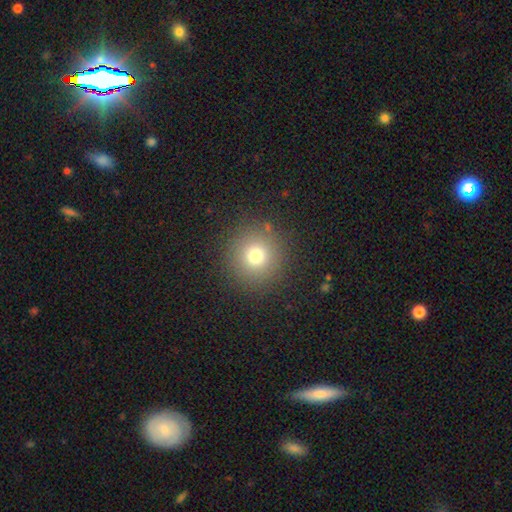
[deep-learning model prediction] A smooth galaxy with no disk features (74%) that is round (94%).

Vote fractions:
- Smooth or featured? smooth: 74% / star or artifact: 17% / featured or disk: 9%
- How rounded? round: 94% / in between: 5% / cigar-shaped: 1%
- Merging? none: 88% / minor disturbance: 7% / major disturbance: 3% / merger: 1%